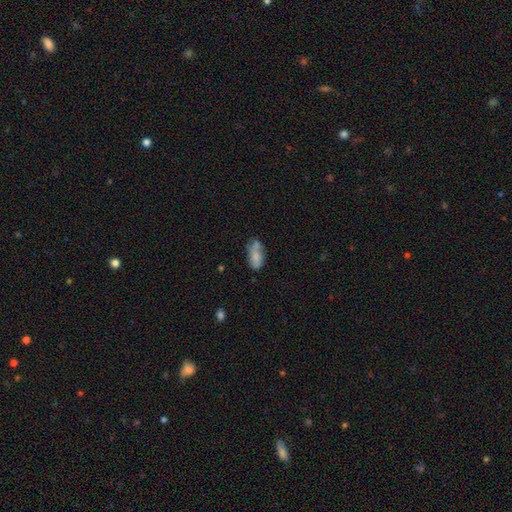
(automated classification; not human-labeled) Smooth or featured: smooth — 67% (featured or disk — 25%)
How rounded: in between — 89% (cigar-shaped — 8%)
Merging: none — 46% (minor disturbance — 26%)